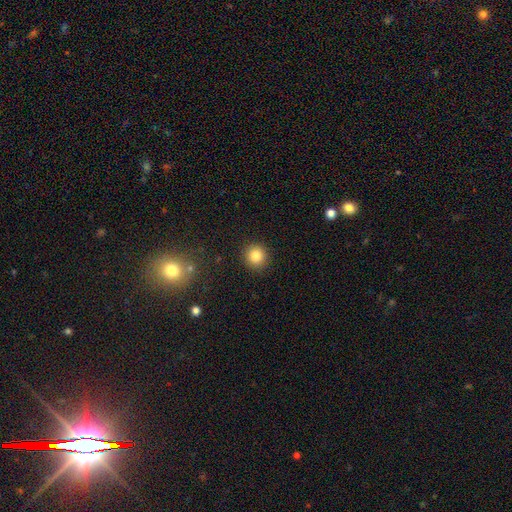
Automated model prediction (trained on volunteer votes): A smooth galaxy with no disk features (84%) that is round (92%). Merging: none (90%).